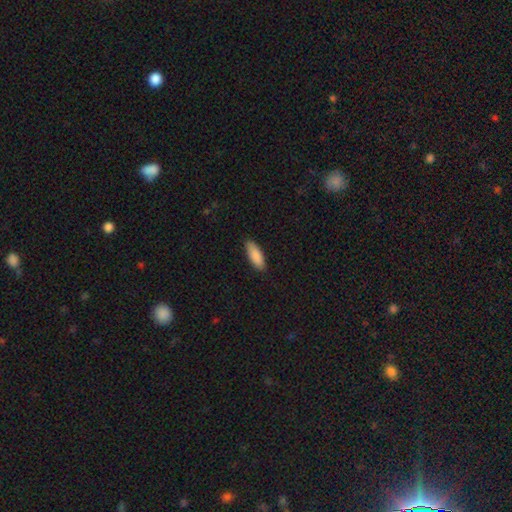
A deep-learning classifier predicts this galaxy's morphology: Overall: smooth (89%). How rounded: in between (68%; cigar-shaped 30%). Merging: none (86%).